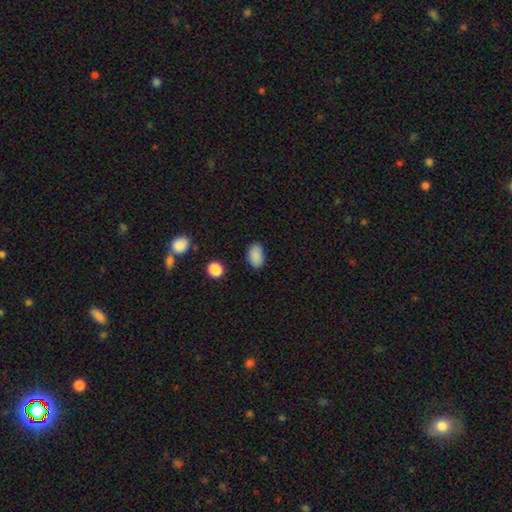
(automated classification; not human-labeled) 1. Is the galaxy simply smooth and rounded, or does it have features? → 88% smooth, 8% star or artifact, 3% featured or disk.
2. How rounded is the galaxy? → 90% in between, 9% round, 1% cigar-shaped.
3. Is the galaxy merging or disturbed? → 85% none, 11% minor disturbance, 3% major disturbance, 1% merger.